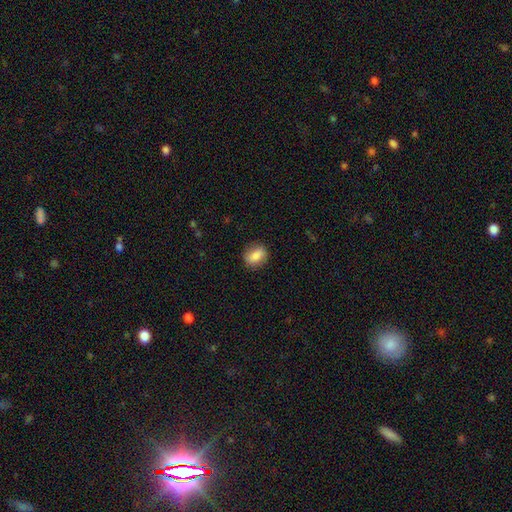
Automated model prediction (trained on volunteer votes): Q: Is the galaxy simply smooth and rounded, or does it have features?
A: smooth — 83%.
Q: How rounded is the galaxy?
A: in between — 64%.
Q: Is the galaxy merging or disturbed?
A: none — 84%.